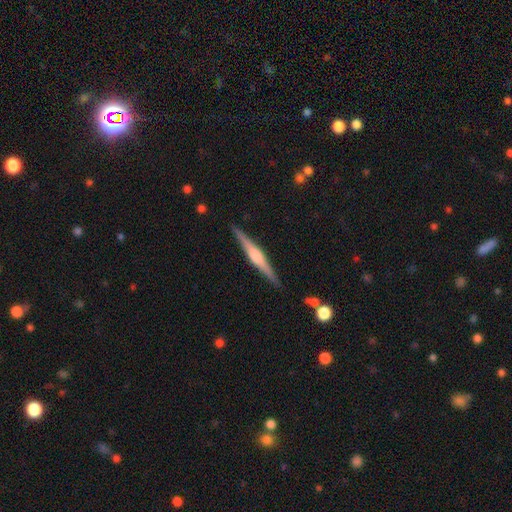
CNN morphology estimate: Q: Smooth or featured?
A: featured or disk (74%); runner-up: smooth (21%)
Q: Edge-on disk?
A: yes (98%); runner-up: no (2%)
Q: Edge-on bulge?
A: rounded (73%); runner-up: boxy (20%)
Q: Merging?
A: none (90%); runner-up: minor disturbance (7%)